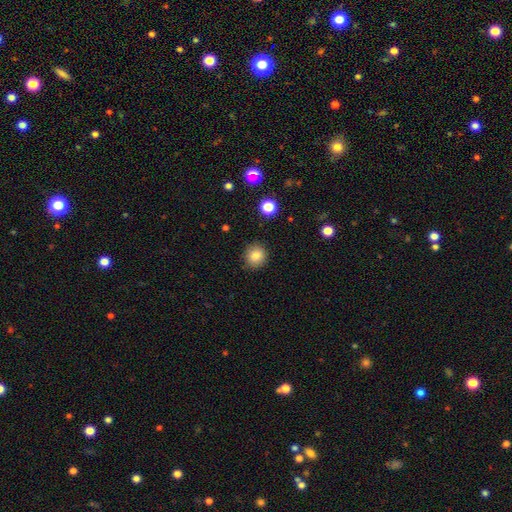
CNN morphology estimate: smooth 84%, star or artifact 10%, featured or disk 5%. Down the decision tree: how rounded — round (84%); merging — none (87%).